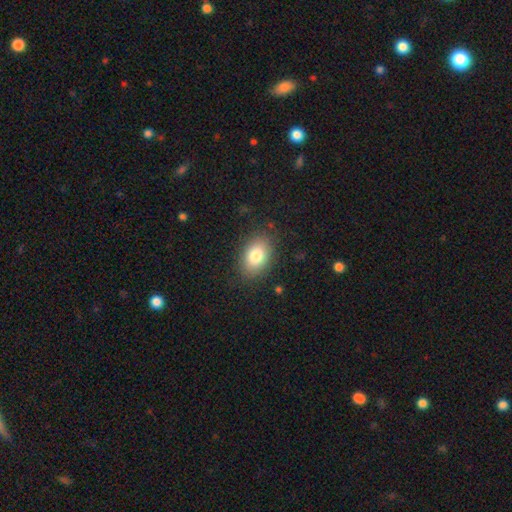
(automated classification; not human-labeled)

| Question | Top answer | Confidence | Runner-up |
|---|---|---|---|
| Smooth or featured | smooth | 81% | featured or disk (11%) |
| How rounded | in between | 84% | round (15%) |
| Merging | none | 84% | minor disturbance (11%) |